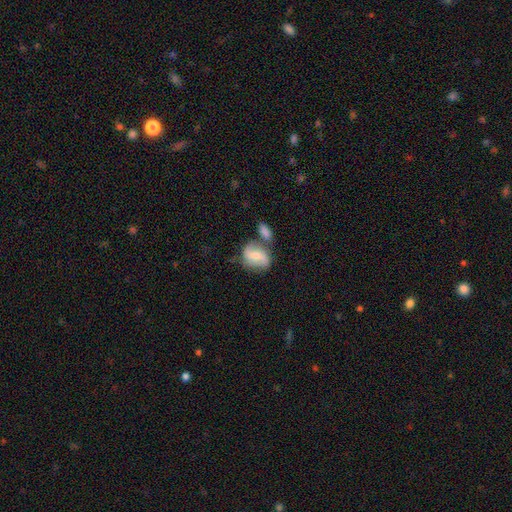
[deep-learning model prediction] Q: Smooth or featured?
A: featured or disk (55%); runner-up: smooth (37%)
Q: Edge-on disk?
A: no (96%); runner-up: yes (4%)
Q: Bar?
A: weak (42%); runner-up: no (37%)
Q: Spiral arms?
A: yes (84%); runner-up: no (16%)
Q: Bulge size?
A: small (42%); tied with: moderate (42%)
Q: Merging?
A: none (47%); runner-up: merger (30%)